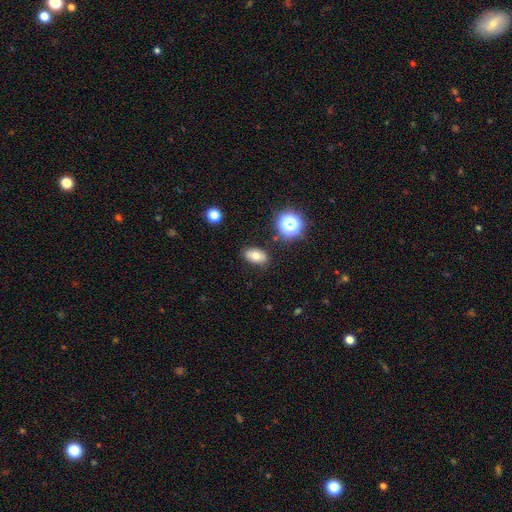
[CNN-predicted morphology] smooth_or_featured: smooth (p=0.73) [alt: featured or disk p=0.15]
how_rounded: in between (p=0.87) [alt: round p=0.11]
merging: none (p=0.85) [alt: minor disturbance p=0.10]